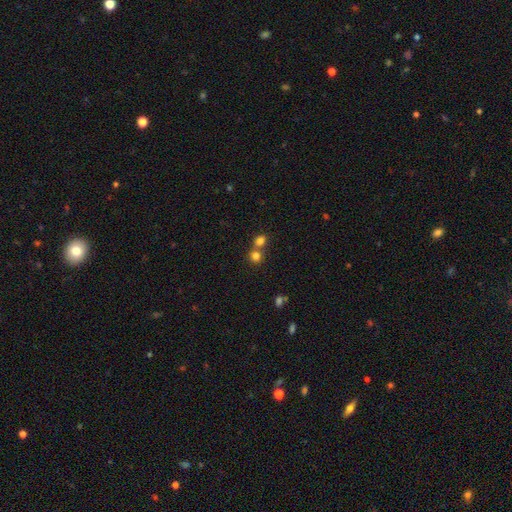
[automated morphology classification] Smooth or featured: smooth — 78% (star or artifact — 14%)
How rounded: round — 81% (in between — 18%)
Merging: none — 49% (merger — 42%)